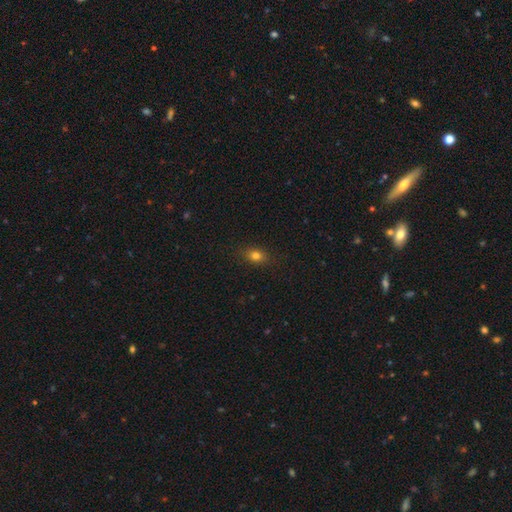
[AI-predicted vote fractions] smooth_or_featured: smooth (p=0.79) [alt: star or artifact p=0.13]
how_rounded: in between (p=0.65) [alt: round p=0.32]
merging: none (p=0.86) [alt: minor disturbance p=0.11]